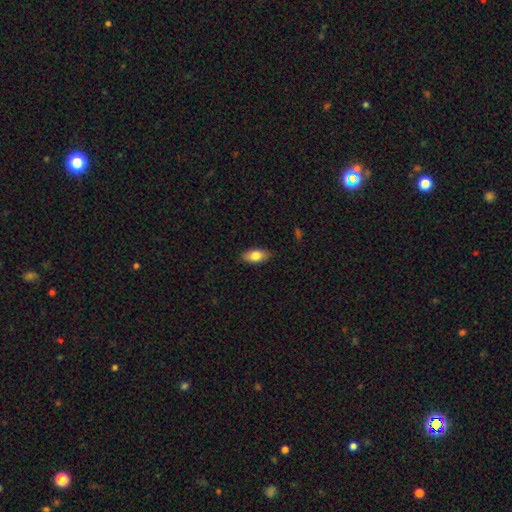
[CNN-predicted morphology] This appears to be a smooth galaxy with no disk features (81%) that is in between round and cigar-shaped (89%). Merging: none (86%).